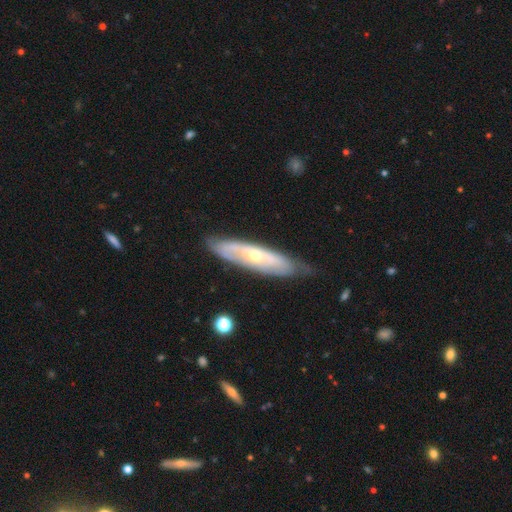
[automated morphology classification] featured or disk 69%, smooth 25%, star or artifact 6%. Down the decision tree: edge-on disk — no (60%); merging — none (74%).